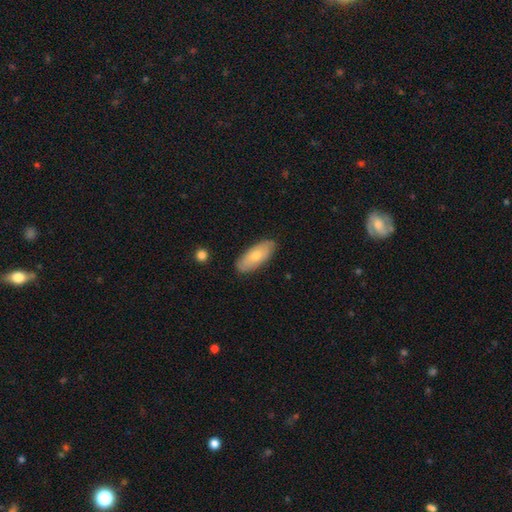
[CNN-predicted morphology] Smooth or featured? Predicted: smooth (p=0.67). How rounded? Predicted: in between (p=0.85). Merging? Predicted: none (p=0.85).